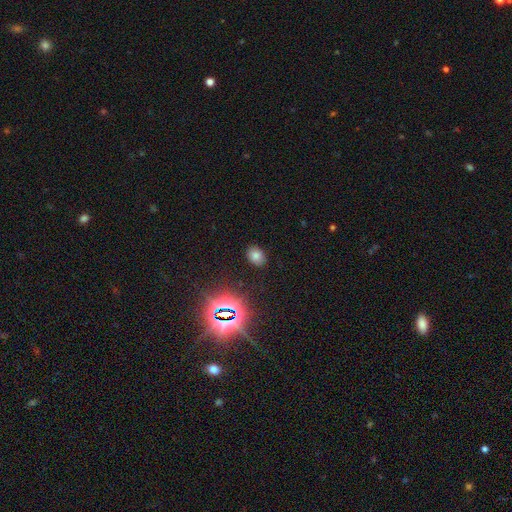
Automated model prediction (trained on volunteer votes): Smooth or featured? smooth (65%)
How rounded? in between (71%)
Merging? none (86%)